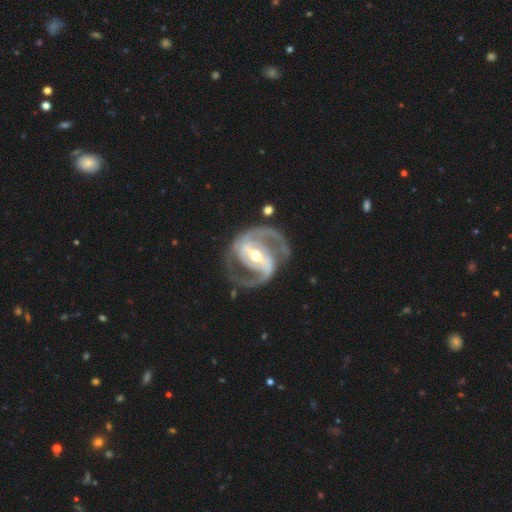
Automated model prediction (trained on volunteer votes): Smooth or featured: featured or disk — 92% (star or artifact — 4%)
Edge-on disk: no — 97% (yes — 3%)
Bar: strong — 64% (weak — 27%)
Spiral arms: yes — 97% (no — 3%)
Spiral winding: medium — 57% (tight — 28%)
Spiral arm count: 2 — 90% (3 — 4%)
Bulge size: moderate — 59% (small — 36%)
Merging: none — 74% (minor disturbance — 14%)